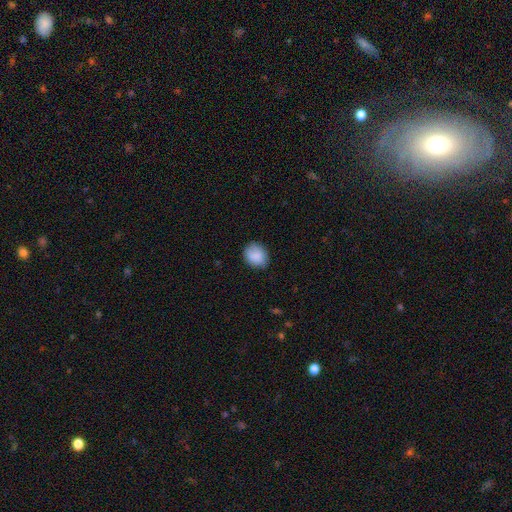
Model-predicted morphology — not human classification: Smooth or featured: smooth — 86% (star or artifact — 7%)
How rounded: round — 63% (in between — 36%)
Merging: none — 80% (minor disturbance — 16%)